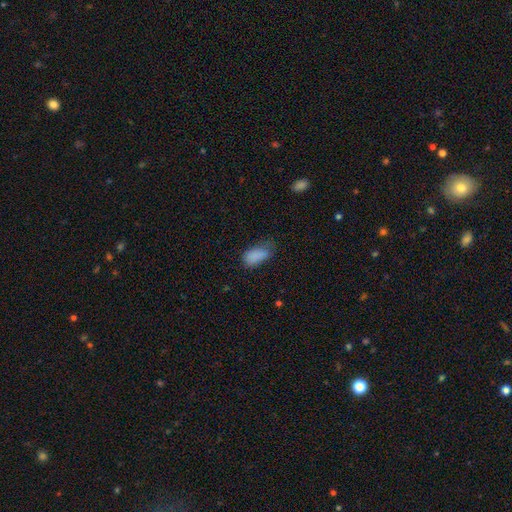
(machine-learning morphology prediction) This is clearly a smooth galaxy (83%). How rounded: clearly in between (91%). Merging: marginally minor disturbance (39%).